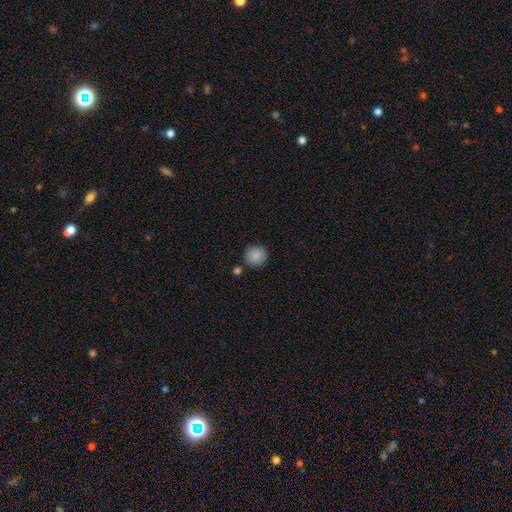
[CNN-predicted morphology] A smooth galaxy with no disk features (88%) that is round (92%).

Vote fractions:
- Smooth or featured? smooth: 88% / star or artifact: 8% / featured or disk: 4%
- How rounded? round: 92% / in between: 7% / cigar-shaped: 1%
- Merging? none: 84% / minor disturbance: 9% / merger: 5% / major disturbance: 2%